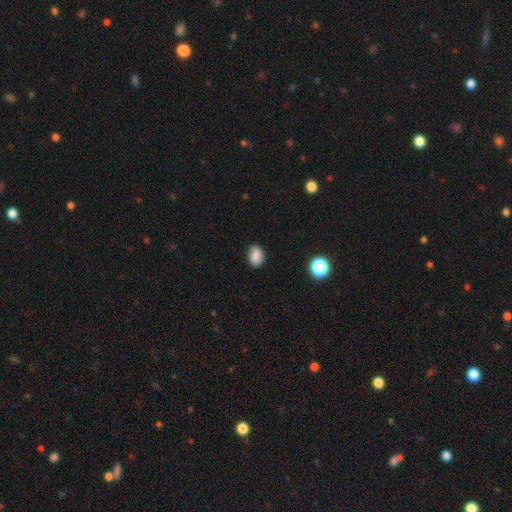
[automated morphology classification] This appears to be a smooth galaxy with no disk features (83%) that is in between round and cigar-shaped (81%). Merging: none (82%).